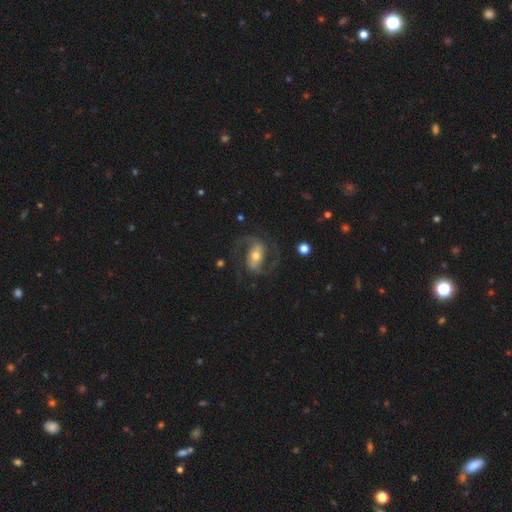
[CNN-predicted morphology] The model was most divided on "bar": strong: 44%, weak: 37%, no: 19%. More confident: edge-on disk — no (97%); spiral arms — yes (96%); spiral arm count — 2 (92%); smooth or featured — featured or disk (88%); merging — none (75%); bulge size — moderate (62%); spiral winding — medium (60%).